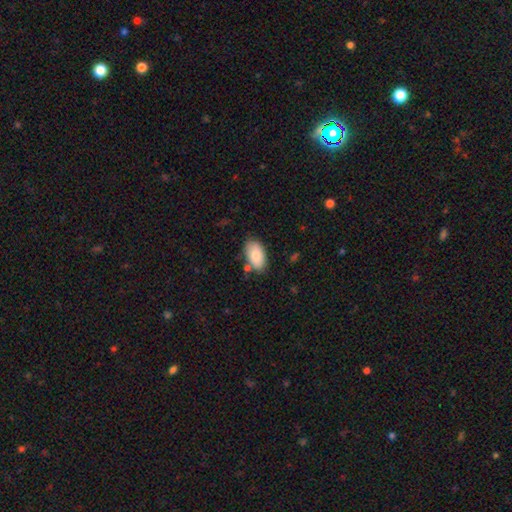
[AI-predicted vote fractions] Q: Smooth or featured?
A: smooth (82%); runner-up: featured or disk (12%)
Q: How rounded?
A: in between (94%); runner-up: round (4%)
Q: Merging?
A: none (74%); runner-up: minor disturbance (16%)